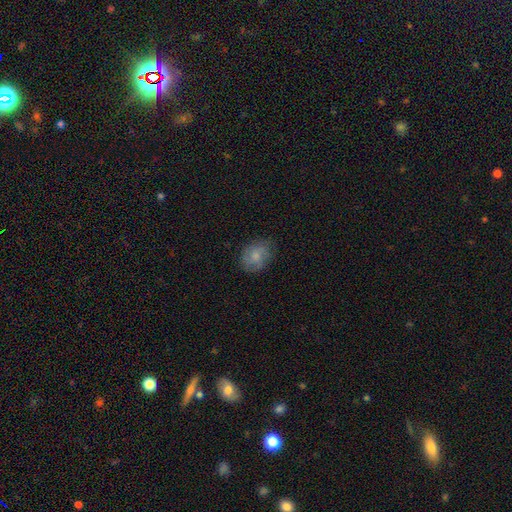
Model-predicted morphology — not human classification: smooth-or-featured: smooth: 69% | featured or disk: 23% | star or artifact: 8%
  how-rounded: in between: 56% | round: 43% | cigar-shaped: 1%
  merging: none: 73% | minor disturbance: 20% | major disturbance: 6% | merger: 1%